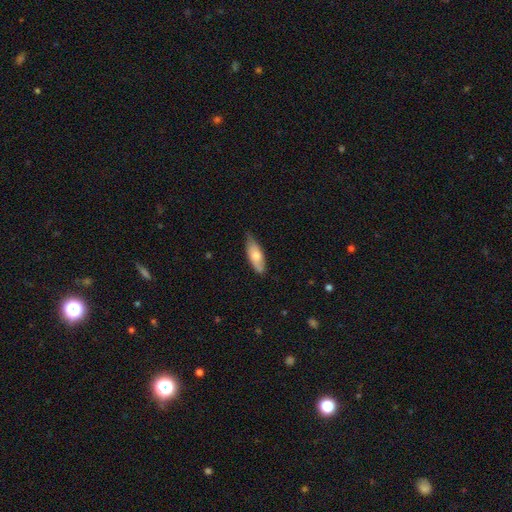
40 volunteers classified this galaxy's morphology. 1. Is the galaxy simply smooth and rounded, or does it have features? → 62% smooth, 35% featured or disk, 2% star or artifact.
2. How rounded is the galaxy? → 76% in between, 24% cigar-shaped, 0% round.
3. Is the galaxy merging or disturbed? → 74% none, 23% minor disturbance, 3% major disturbance, 0% merger.